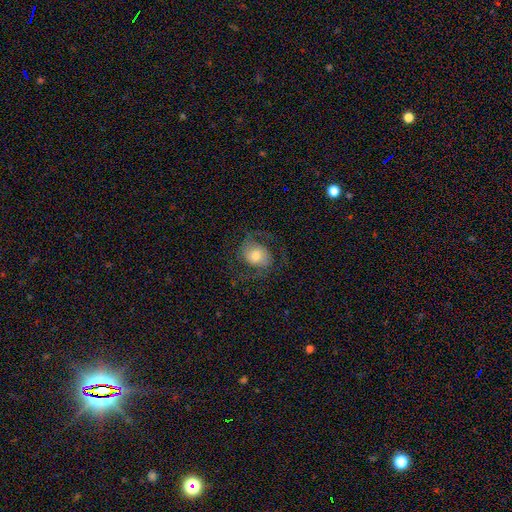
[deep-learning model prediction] This is possibly a featured or disk galaxy (60%). It is clearly not viewed edge-on (97%). Bar: likely no (62%). Spiral arm pattern: clearly yes (89%). Spiral arm count: clearly 2 (86%). Spiral winding: possibly medium (49%). Central bulge: possibly moderate (53%). Merging: likely none (66%).